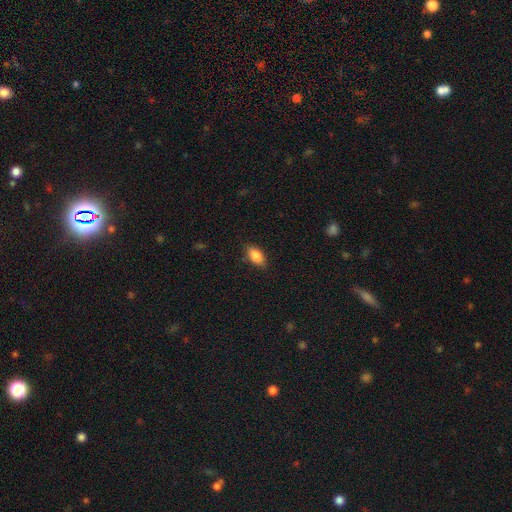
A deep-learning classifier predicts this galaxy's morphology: Smooth or featured?
  - smooth: 87% *
  - star or artifact: 7%
  - featured or disk: 6%
How rounded?
  - in between: 91% *
  - round: 5%
  - cigar-shaped: 5%
Merging?
  - none: 84% *
  - minor disturbance: 12%
  - major disturbance: 3%
  - merger: 1%